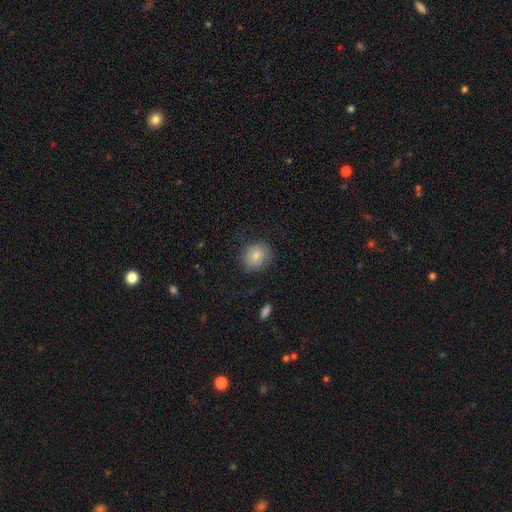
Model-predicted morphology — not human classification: Q: Smooth or featured?
A: smooth (81%); runner-up: featured or disk (11%)
Q: How rounded?
A: round (78%); runner-up: in between (21%)
Q: Merging?
A: none (78%); runner-up: minor disturbance (15%)